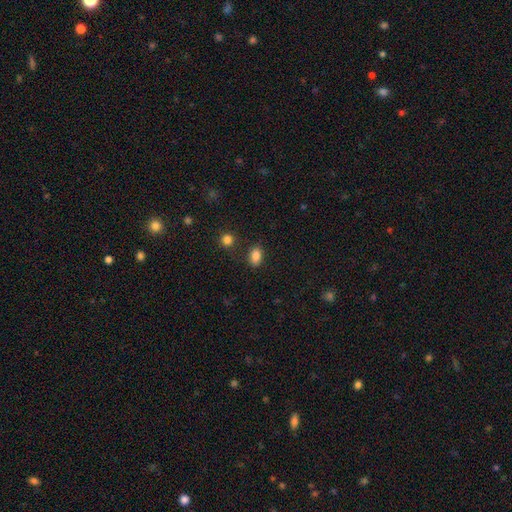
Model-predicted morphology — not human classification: type=smooth (85%); roundness=in between (84%); merging=none (81%).